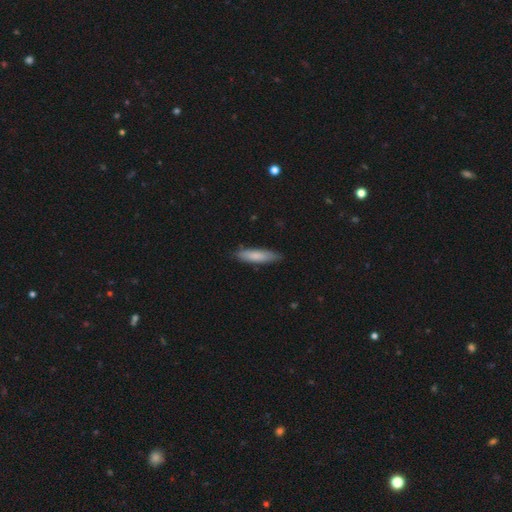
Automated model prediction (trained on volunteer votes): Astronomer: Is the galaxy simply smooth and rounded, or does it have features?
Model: smooth — 81%.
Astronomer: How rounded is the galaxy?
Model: cigar-shaped — 73%.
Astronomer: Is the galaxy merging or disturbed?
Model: none — 84%.